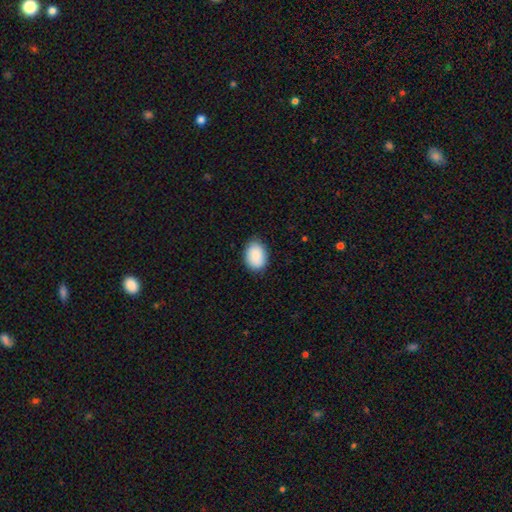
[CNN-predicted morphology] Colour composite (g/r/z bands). It shows a smooth galaxy with no disk features (89%) that is in between round and cigar-shaped (79%). Merging: none (85%).